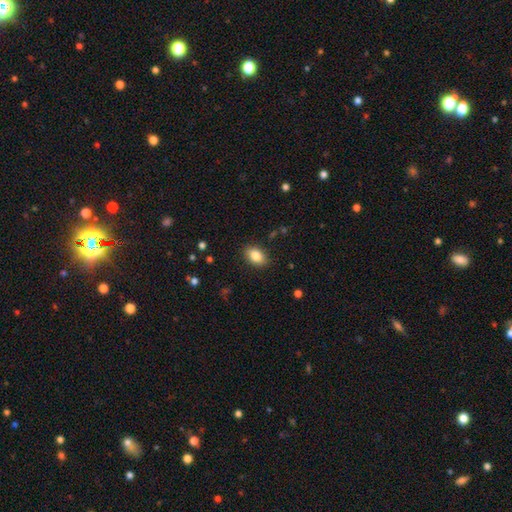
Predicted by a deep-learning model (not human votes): A smooth galaxy with no disk features (85%) that is in between round and cigar-shaped (86%). Merging: none (88%).